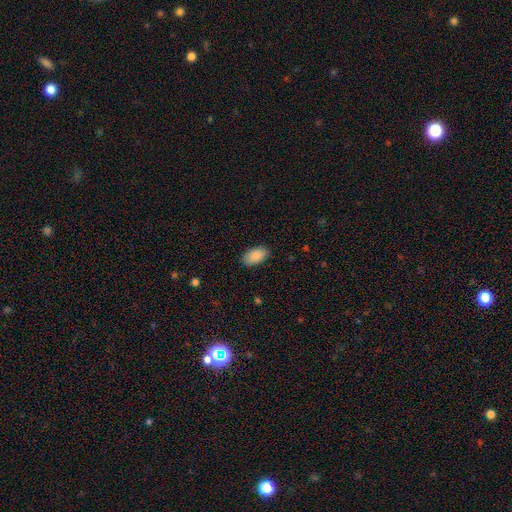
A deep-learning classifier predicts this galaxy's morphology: Overall: smooth (86%). How rounded: in between (95%). Merging: none (88%).